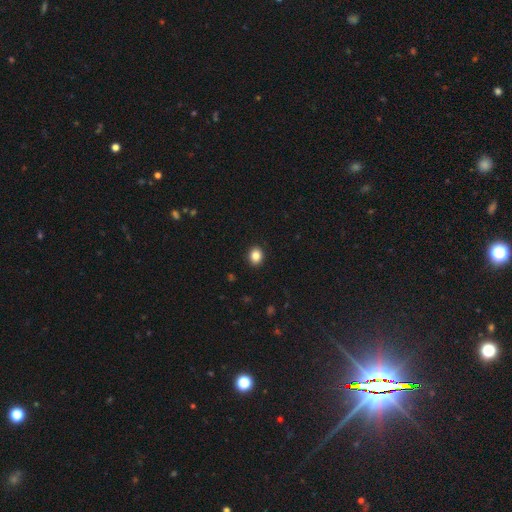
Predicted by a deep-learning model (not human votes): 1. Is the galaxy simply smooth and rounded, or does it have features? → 86% smooth, 10% star or artifact, 4% featured or disk.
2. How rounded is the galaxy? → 58% round, 41% in between, 1% cigar-shaped.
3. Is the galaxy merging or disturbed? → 91% none, 6% minor disturbance, 2% major disturbance, 1% merger.